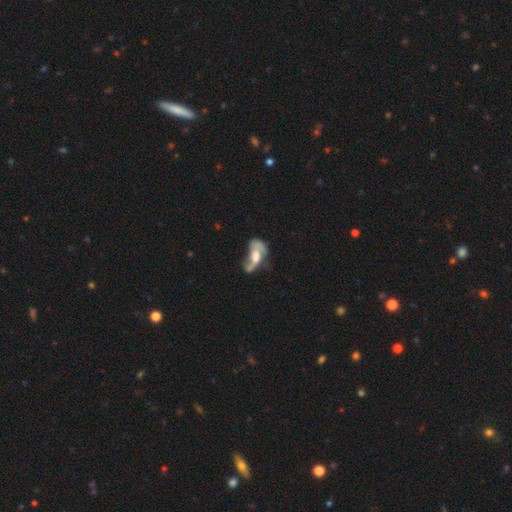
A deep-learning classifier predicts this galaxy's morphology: The model was most divided on "bulge size": moderate: 34%, large: 27%, none: 20%, small: 14%, dominant: 4%. Remaining: edge-on disk — no (93%); bar — no (62%); smooth or featured — featured or disk (57%); spiral arms — yes (56%); merging — major disturbance (40%).